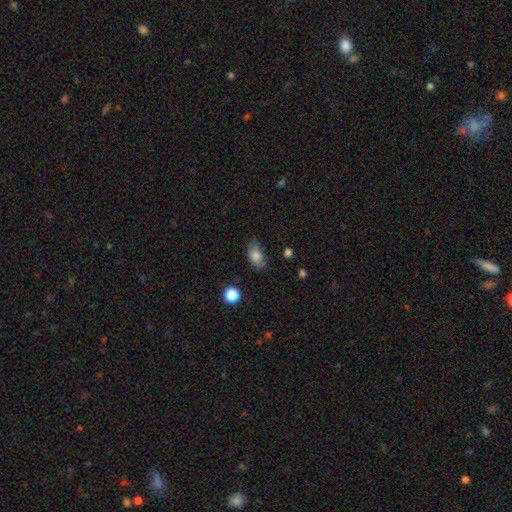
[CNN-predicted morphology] This is clearly a smooth galaxy (81%). How rounded: clearly in between (88%). Merging: likely none (62%).